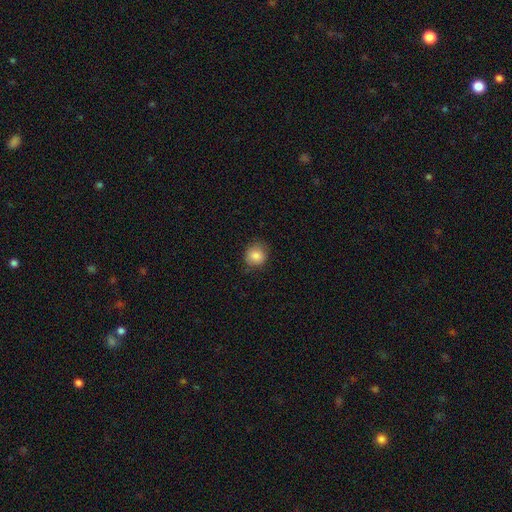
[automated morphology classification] This is clearly a smooth galaxy (85%). How rounded: clearly round (82%). Merging: likely none (79%).